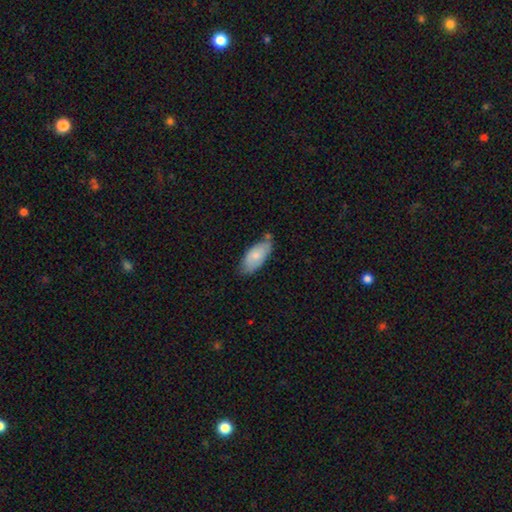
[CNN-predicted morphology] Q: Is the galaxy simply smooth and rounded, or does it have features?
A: smooth — 77%.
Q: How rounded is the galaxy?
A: in between — 90%.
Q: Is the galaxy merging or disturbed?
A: none — 62%.